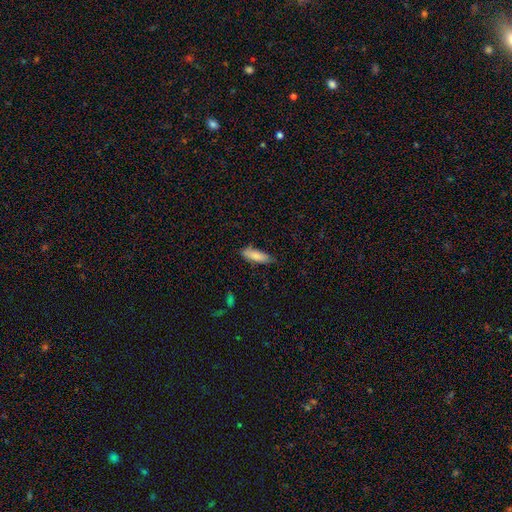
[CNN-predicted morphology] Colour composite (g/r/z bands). It shows a smooth galaxy with no disk features (84%) that is cigar-shaped (50%). Merging: none (76%).